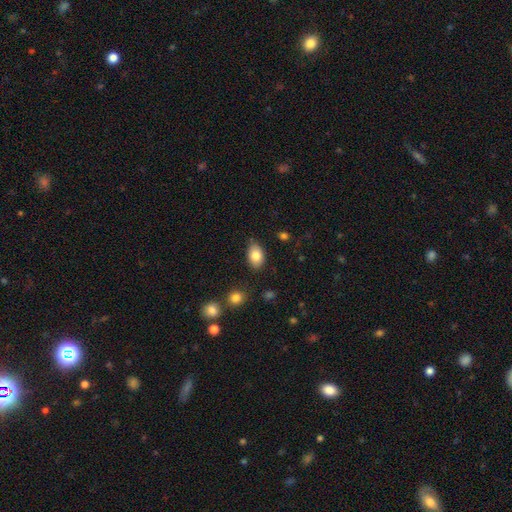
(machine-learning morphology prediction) Q: Smooth or featured?
A: smooth (82%); runner-up: featured or disk (10%)
Q: How rounded?
A: in between (87%); runner-up: round (12%)
Q: Merging?
A: none (82%); runner-up: minor disturbance (14%)